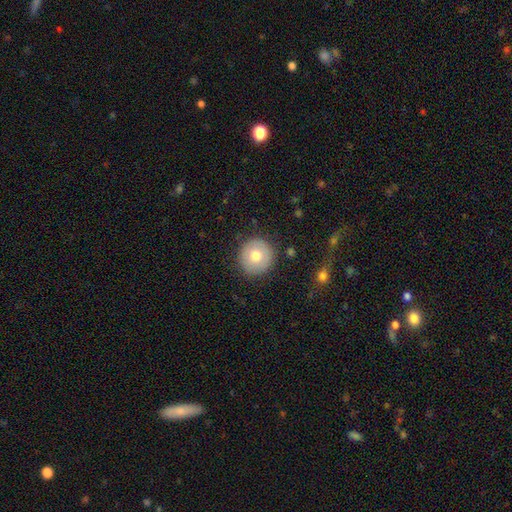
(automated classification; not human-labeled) Morphology: type=smooth (72%); roundness=round (94%); merging=none (88%).